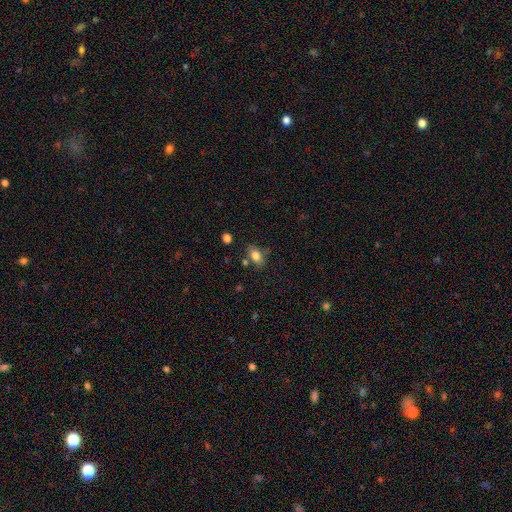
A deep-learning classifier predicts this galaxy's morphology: smooth-or-featured: smooth: 80% | featured or disk: 10% | star or artifact: 10%
  how-rounded: in between: 82% | round: 16% | cigar-shaped: 3%
  merging: none: 67% | minor disturbance: 20% | merger: 8% | major disturbance: 6%